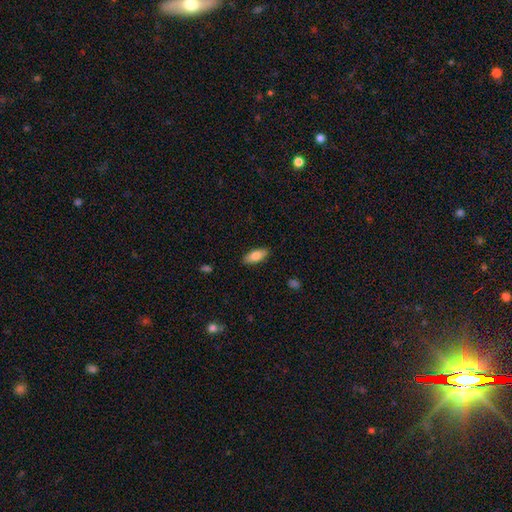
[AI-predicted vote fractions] Smooth or featured?
  - smooth: 82% *
  - featured or disk: 12%
  - star or artifact: 6%
How rounded?
  - in between: 78% *
  - cigar-shaped: 20%
  - round: 2%
Merging?
  - none: 87% *
  - minor disturbance: 10%
  - major disturbance: 2%
  - merger: 1%